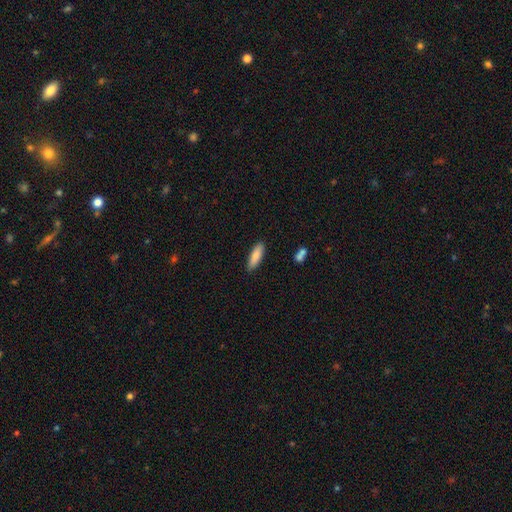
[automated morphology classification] This appears to be a smooth galaxy with no disk features (84%) that is cigar-shaped (54%). Merging: none (87%).